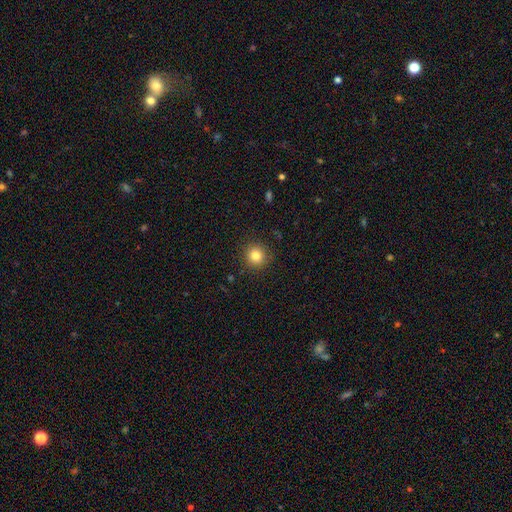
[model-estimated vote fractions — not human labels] Morphology: type=smooth (83%); roundness=round (94%); merging=none (91%).